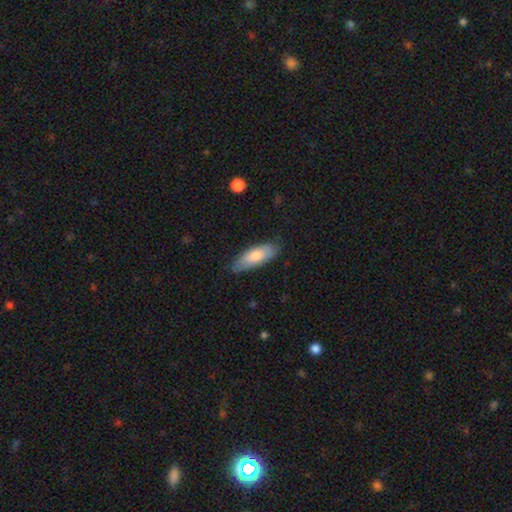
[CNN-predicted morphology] Smooth or featured? Predicted: smooth (p=0.71). How rounded? Predicted: in between (p=0.65). Merging? Predicted: none (p=0.79).